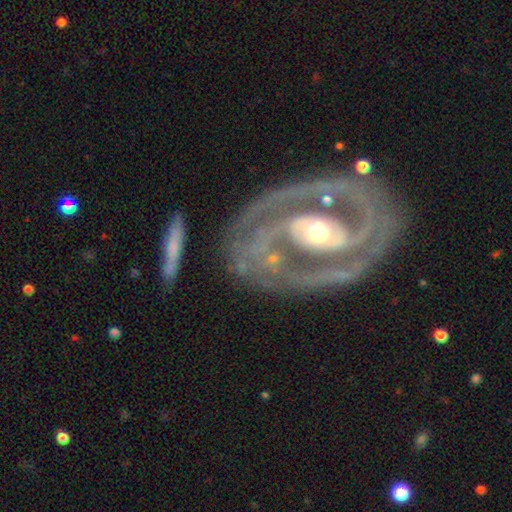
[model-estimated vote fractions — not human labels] This is clearly a featured or disk galaxy (88%). It is clearly not viewed edge-on (95%). Bar: marginally no (44%). Spiral arm pattern: clearly yes (91%). Spiral arm count: likely 2 (73%). Spiral winding: likely tight (62%). Central bulge: likely moderate (68%). Merging: likely none (74%).